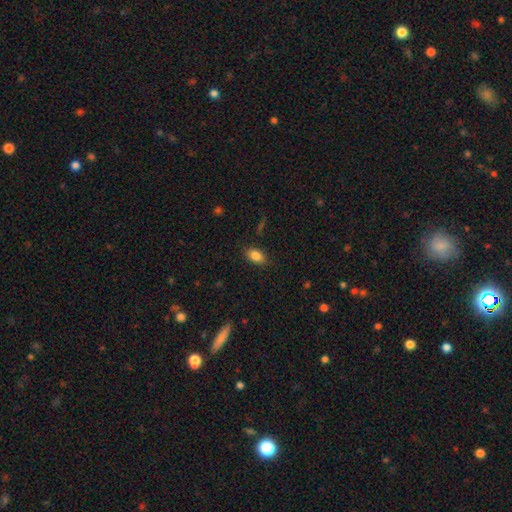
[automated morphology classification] smooth 85%, star or artifact 9%, featured or disk 6%. Down the decision tree: how rounded — in between (89%); merging — none (87%).